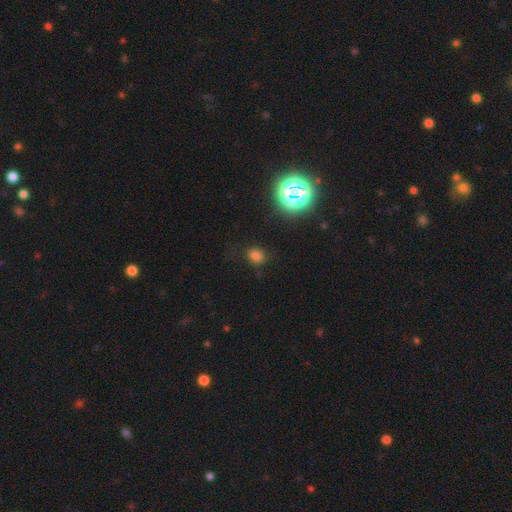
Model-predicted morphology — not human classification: Smooth or featured? smooth (70%)
How rounded? round (57%)
Merging? none (77%)